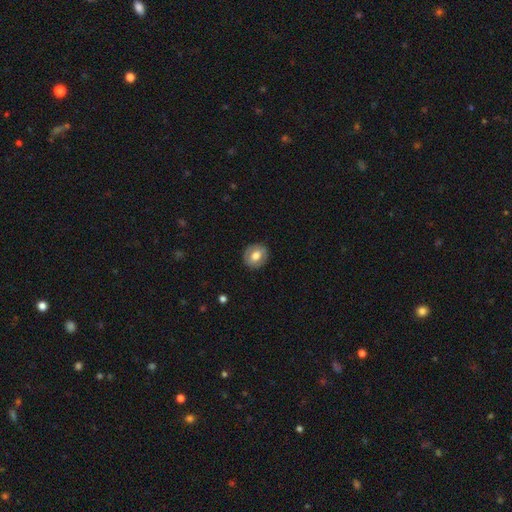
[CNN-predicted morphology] This is likely a smooth galaxy (63%). How rounded: likely round (64%). Merging: clearly none (86%).